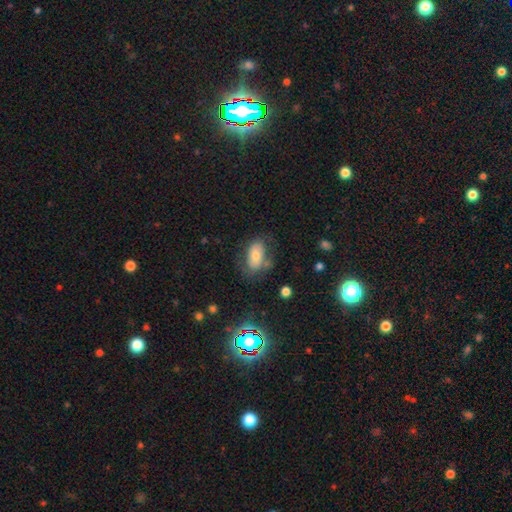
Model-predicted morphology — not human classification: Overall: smooth (63%; featured or disk 24%). How rounded: in between (90%). Merging: none (62%).